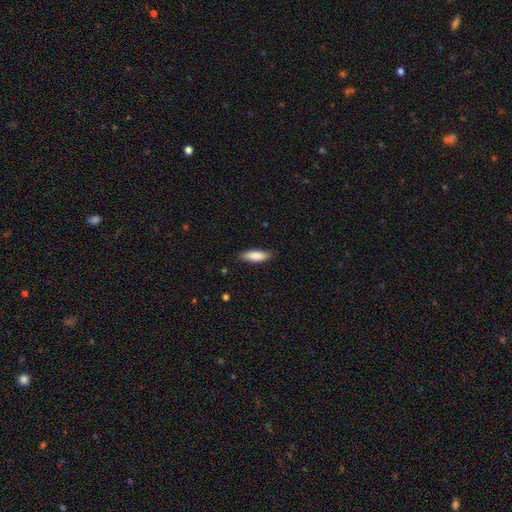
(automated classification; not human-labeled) Overall: smooth (87%). How rounded: in between (62%; cigar-shaped 37%). Merging: none (82%).